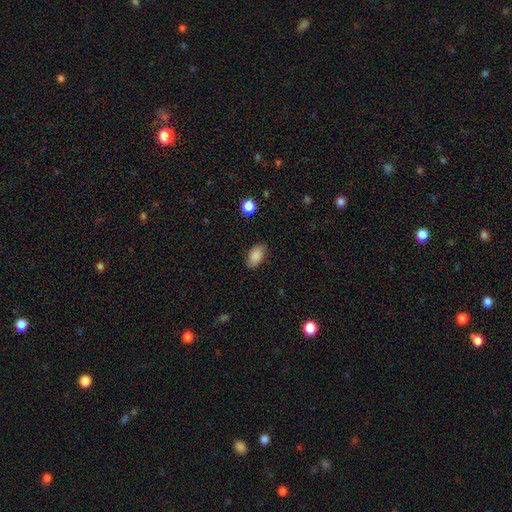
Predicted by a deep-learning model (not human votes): Smooth or featured: smooth — 86% (star or artifact — 8%)
How rounded: in between — 92% (round — 6%)
Merging: none — 84% (minor disturbance — 12%)